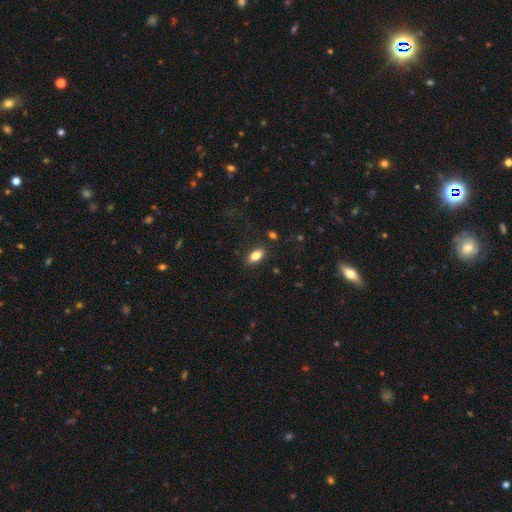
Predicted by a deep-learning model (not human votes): Smooth or featured? Predicted: smooth (p=0.80). How rounded? Predicted: in between (p=0.88). Merging? Predicted: none (p=0.84).